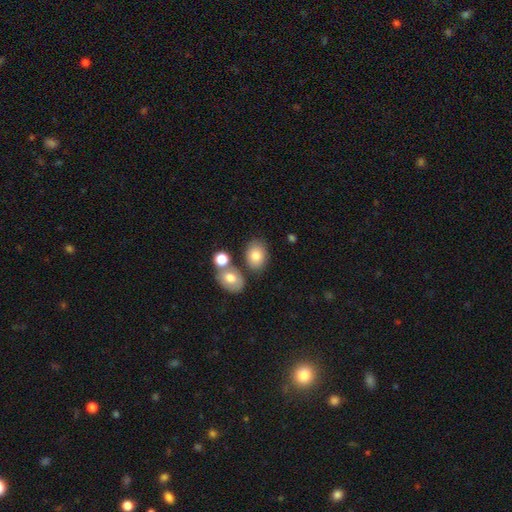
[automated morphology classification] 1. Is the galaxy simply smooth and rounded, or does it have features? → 79% smooth, 13% featured or disk, 9% star or artifact.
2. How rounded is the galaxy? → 74% in between, 25% round, 1% cigar-shaped.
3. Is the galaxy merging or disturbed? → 63% none, 20% merger, 13% minor disturbance, 4% major disturbance.